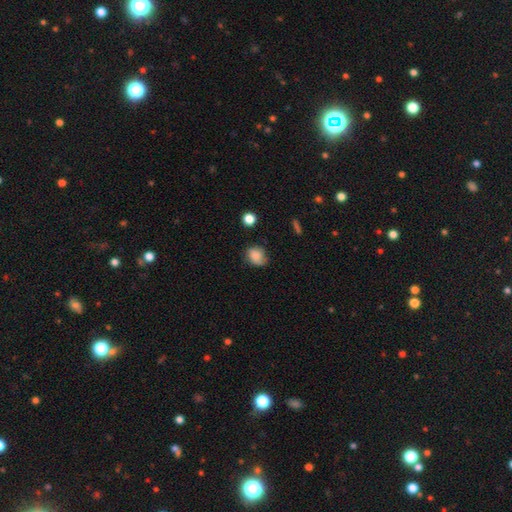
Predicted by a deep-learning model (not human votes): Morphology: type=smooth (79%); roundness=round (55%); merging=none (61%).